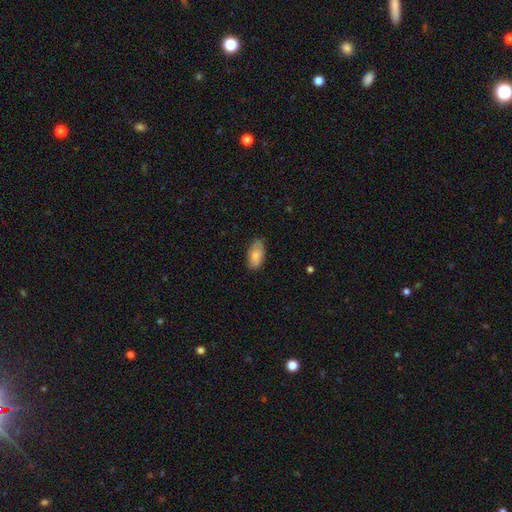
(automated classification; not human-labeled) Smooth or featured? Predicted: smooth (p=0.78). How rounded? Predicted: in between (p=0.93). Merging? Predicted: none (p=0.76).